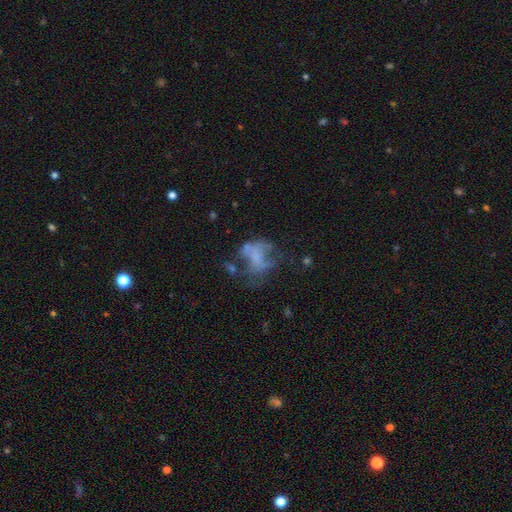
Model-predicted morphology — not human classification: Smooth or featured: featured or disk — 51% (smooth — 33%)
Edge-on disk: no — 98% (yes — 2%)
Merging: major disturbance — 44% (none — 29%)